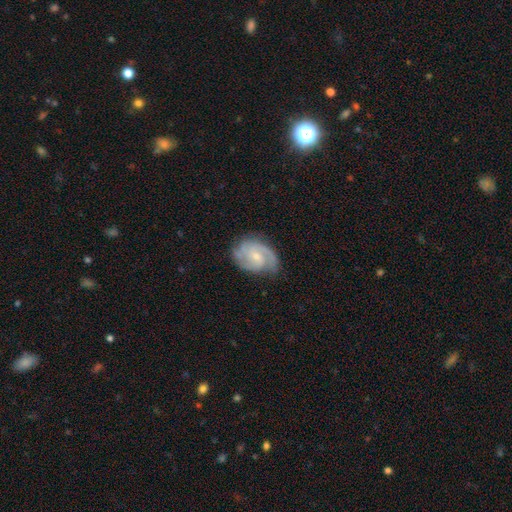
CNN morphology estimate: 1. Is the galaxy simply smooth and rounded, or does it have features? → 85% featured or disk, 11% smooth, 5% star or artifact.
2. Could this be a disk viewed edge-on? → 98% no, 2% yes.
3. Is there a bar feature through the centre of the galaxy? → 52% no, 41% weak, 6% strong.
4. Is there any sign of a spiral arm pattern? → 96% yes, 4% no.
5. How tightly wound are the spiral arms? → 47% medium, 42% tight, 11% loose.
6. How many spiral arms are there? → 56% 2, 20% 3, 13% can't tell, 4% 1, 3% 4, 3% more than 4.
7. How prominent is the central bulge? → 65% small, 30% moderate, 3% none, 1% large, 1% dominant.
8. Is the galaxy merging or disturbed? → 72% none, 20% minor disturbance, 6% major disturbance, 1% merger.